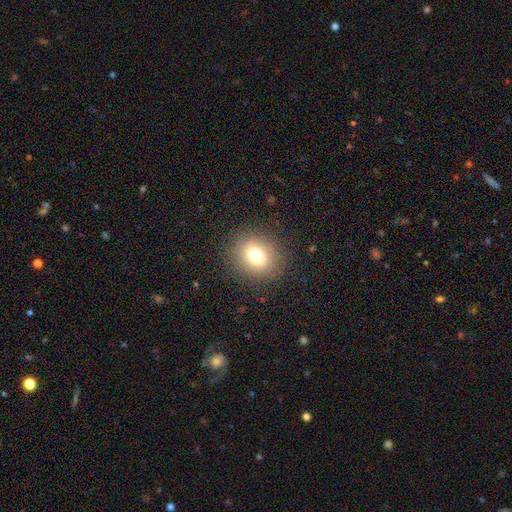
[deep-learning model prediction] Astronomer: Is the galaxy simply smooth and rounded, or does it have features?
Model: smooth — 73%.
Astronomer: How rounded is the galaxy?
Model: round — 75%.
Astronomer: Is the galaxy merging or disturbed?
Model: none — 87%.